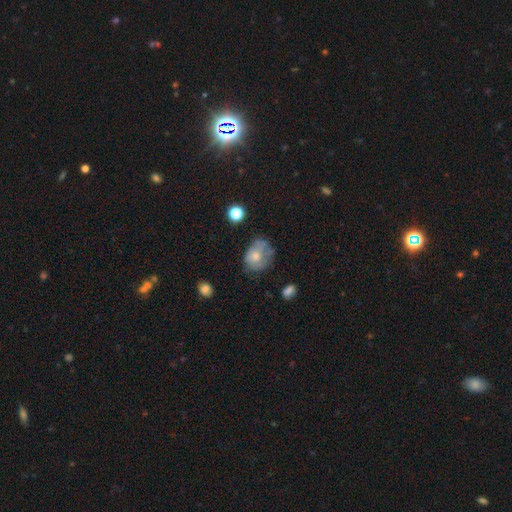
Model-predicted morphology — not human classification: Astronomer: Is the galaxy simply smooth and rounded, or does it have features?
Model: smooth — 62%.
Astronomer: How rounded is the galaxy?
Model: round — 53% (runner-up: in between, 46%).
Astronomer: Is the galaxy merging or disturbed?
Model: none — 41% (runner-up: minor disturbance, 33%).